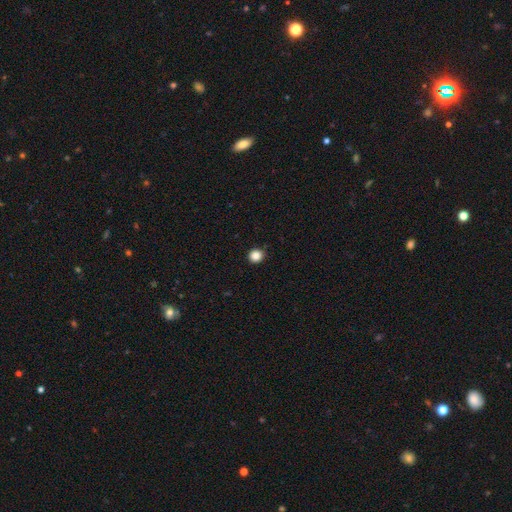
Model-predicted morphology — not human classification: A smooth galaxy with no disk features (86%) that is round (90%). Merging: none (92%).